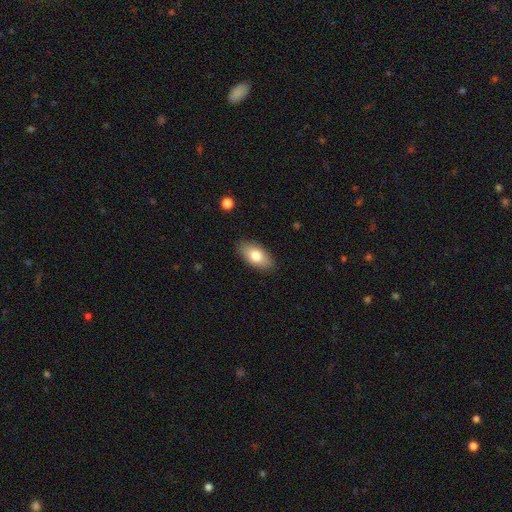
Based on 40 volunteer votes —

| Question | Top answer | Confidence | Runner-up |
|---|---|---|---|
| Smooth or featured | smooth | 90% | featured or disk (5%) |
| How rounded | in between | 89% | cigar-shaped (8%) |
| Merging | none | 89% | minor disturbance (8%) |